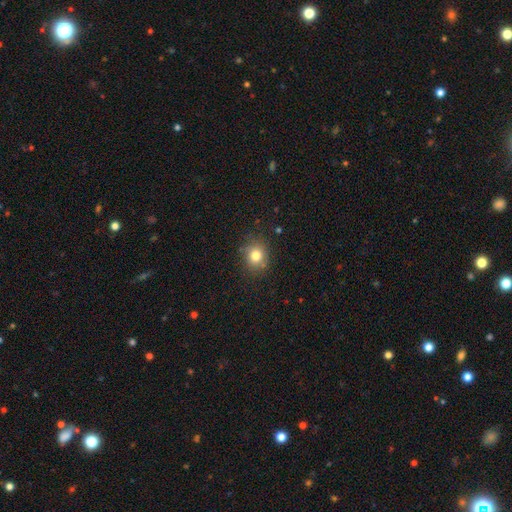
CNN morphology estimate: smooth 80%, star or artifact 12%, featured or disk 8%. Down the decision tree: how rounded — round (75%); merging — none (82%).